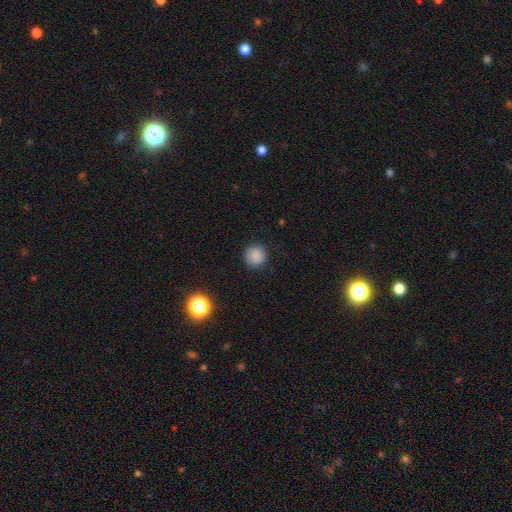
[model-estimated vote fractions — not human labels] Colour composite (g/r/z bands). It shows a smooth galaxy with no disk features (85%) that is round (93%). Merging: none (88%).